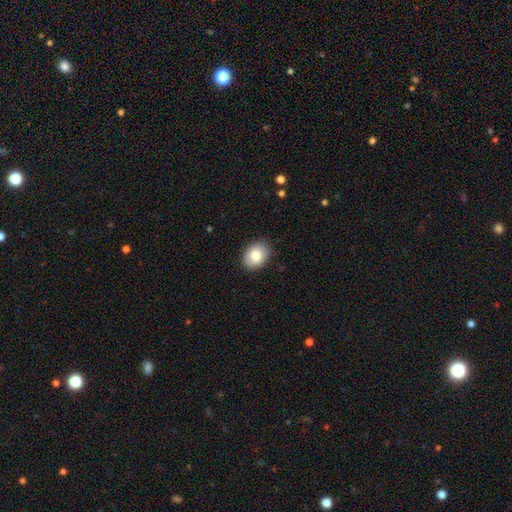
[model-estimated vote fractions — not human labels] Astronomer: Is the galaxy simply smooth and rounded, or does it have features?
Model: smooth — 82%.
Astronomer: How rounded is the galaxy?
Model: in between — 71%.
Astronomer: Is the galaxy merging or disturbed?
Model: none — 89%.